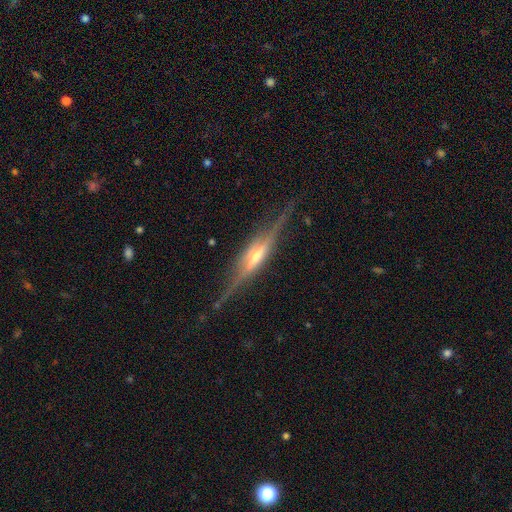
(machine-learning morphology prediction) smooth_or_featured: featured or disk (p=0.84) [alt: smooth p=0.10]
disk_edge_on: yes (p=0.97) [alt: no p=0.03]
edge_on_bulge: rounded (p=0.70) [alt: boxy p=0.22]
merging: none (p=0.82) [alt: minor disturbance p=0.13]